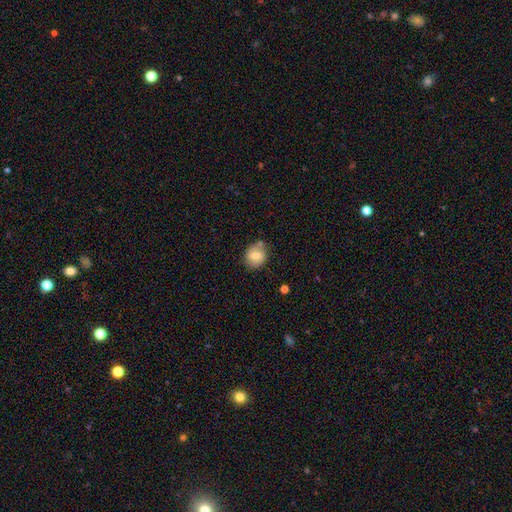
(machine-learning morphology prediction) This is likely a smooth galaxy (71%). How rounded: likely round (71%). Merging: likely none (69%).